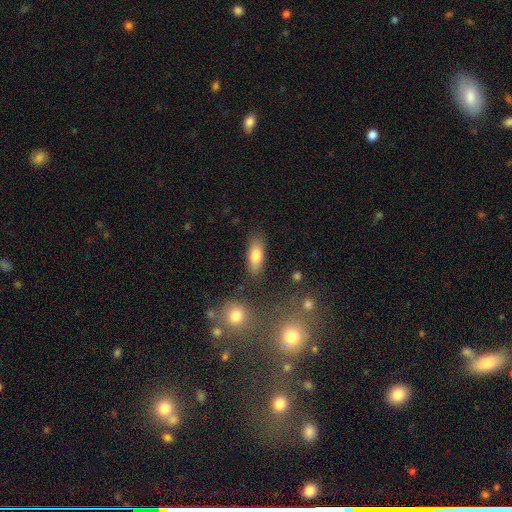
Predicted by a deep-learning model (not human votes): smooth_or_featured: smooth (p=0.80) [alt: featured or disk p=0.13]
how_rounded: in between (p=0.76) [alt: cigar-shaped p=0.21]
merging: none (p=0.81) [alt: minor disturbance p=0.12]